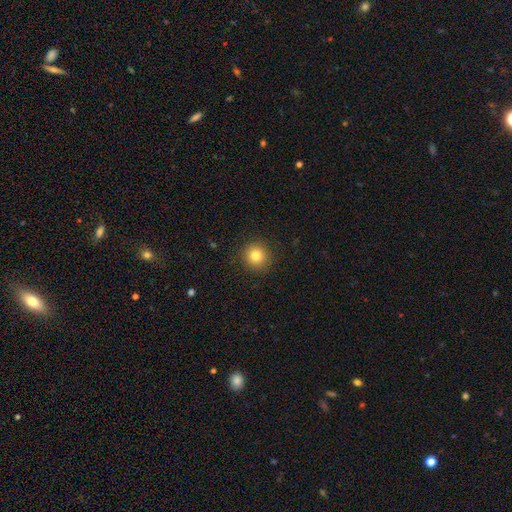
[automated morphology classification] The model was most divided on "smooth or featured": smooth: 82%, star or artifact: 11%, featured or disk: 6%. More confident: how rounded — round (94%); merging — none (91%).